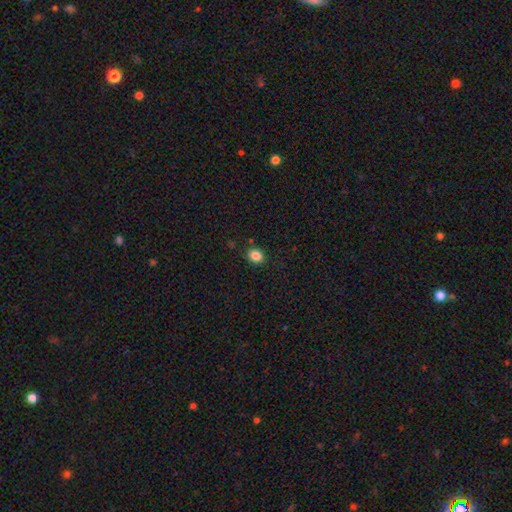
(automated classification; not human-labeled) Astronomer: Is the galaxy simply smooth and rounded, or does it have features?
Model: smooth — 84%.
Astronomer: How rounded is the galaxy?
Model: round — 63%.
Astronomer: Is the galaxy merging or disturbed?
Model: none — 85%.